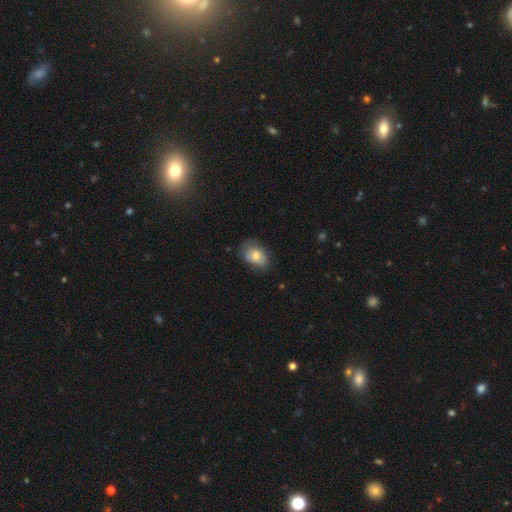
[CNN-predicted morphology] Smooth or featured: smooth — 72% (featured or disk — 20%)
How rounded: in between — 78% (round — 21%)
Merging: none — 62% (minor disturbance — 28%)